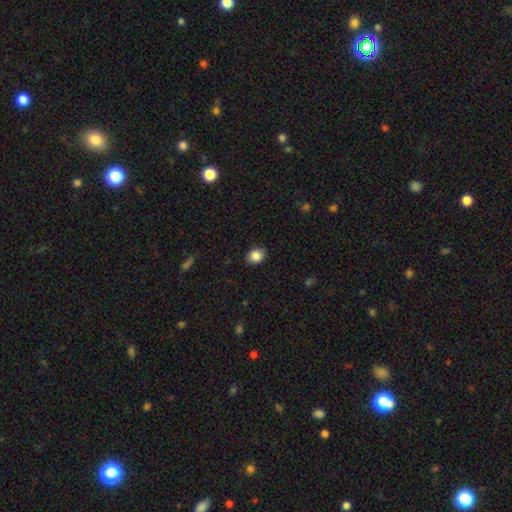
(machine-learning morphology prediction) Smooth or featured: smooth — 86% (star or artifact — 9%)
How rounded: in between — 54% (round — 45%)
Merging: none — 86% (minor disturbance — 10%)